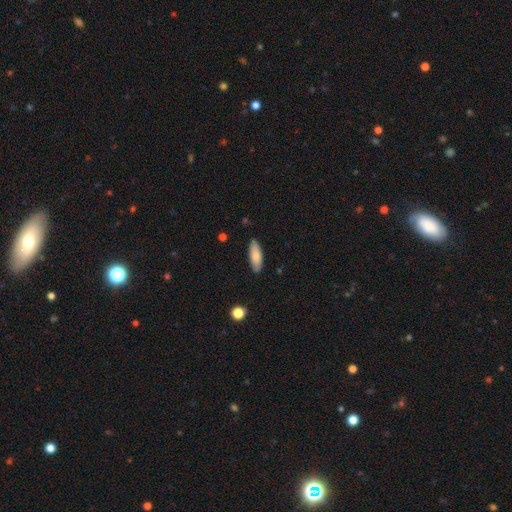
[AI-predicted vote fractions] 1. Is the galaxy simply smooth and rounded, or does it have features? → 79% smooth, 14% featured or disk, 6% star or artifact.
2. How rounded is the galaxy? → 61% in between, 37% cigar-shaped, 2% round.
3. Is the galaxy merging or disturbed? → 88% none, 9% minor disturbance, 2% major disturbance, 1% merger.